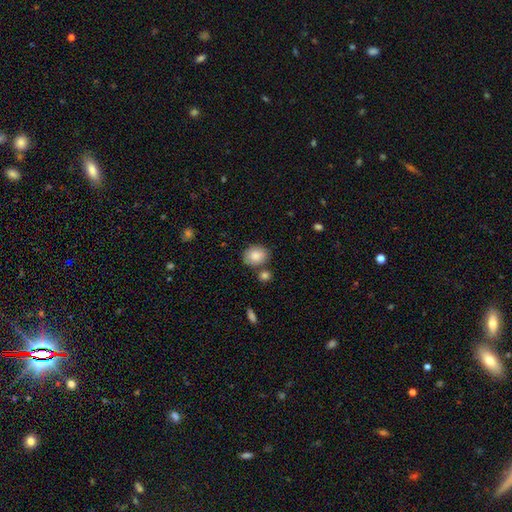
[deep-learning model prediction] This appears to be a smooth galaxy with no disk features (85%) that is in between round and cigar-shaped (53%). Merging: none (75%).